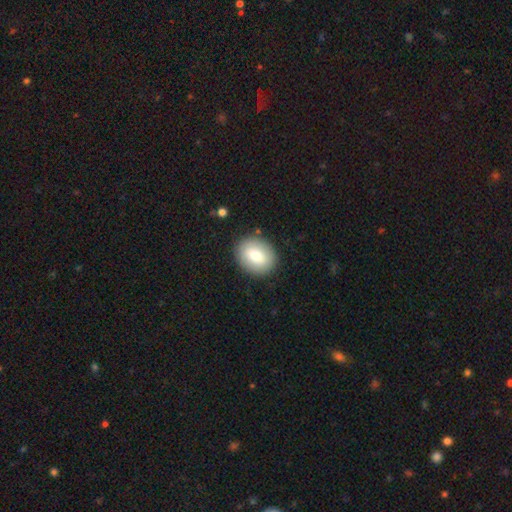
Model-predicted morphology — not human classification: Overall: smooth (76%). How rounded: in between (50%; round 49%). Merging: none (88%).